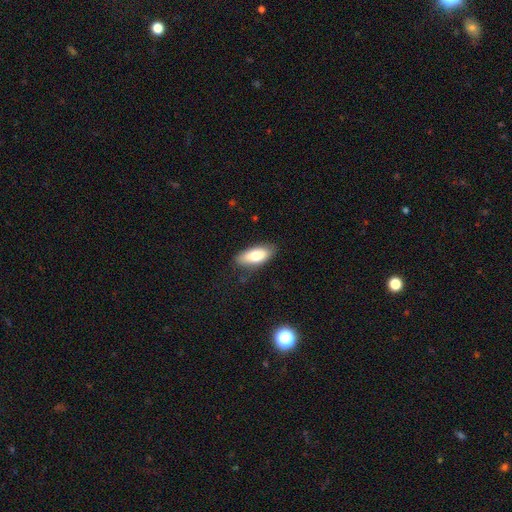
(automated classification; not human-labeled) A smooth galaxy with no disk features (76%) that is in between round and cigar-shaped (83%).

Vote fractions:
- Smooth or featured? smooth: 76% / featured or disk: 17% / star or artifact: 7%
- How rounded? in between: 83% / cigar-shaped: 14% / round: 3%
- Merging? none: 78% / minor disturbance: 16% / major disturbance: 4% / merger: 1%